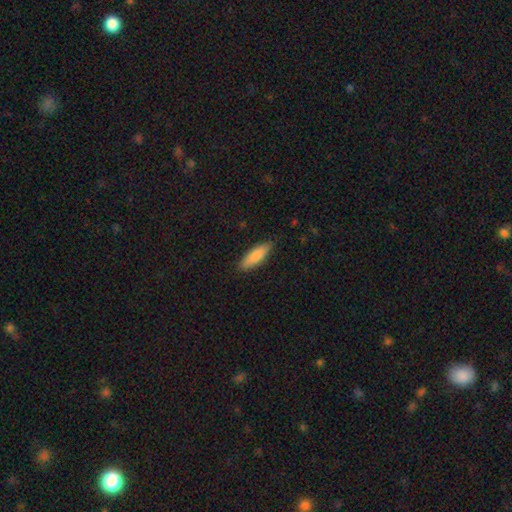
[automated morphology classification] Smooth or featured? smooth (86%)
How rounded? in between (54%)
Merging? none (86%)